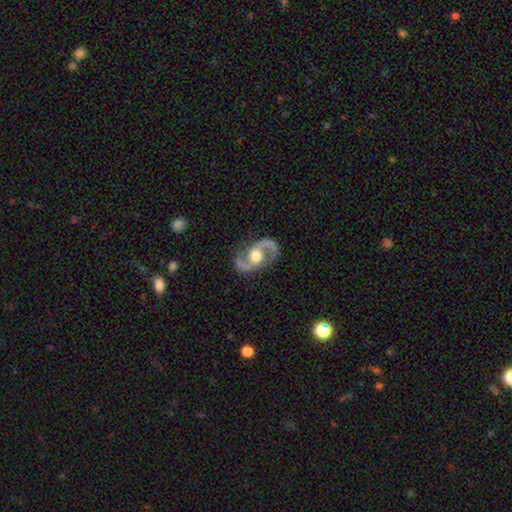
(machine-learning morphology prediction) Smooth or featured: featured or disk — 92% (smooth — 4%)
Edge-on disk: no — 97% (yes — 3%)
Bar: no — 56% (weak — 32%)
Spiral arms: yes — 97% (no — 3%)
Spiral winding: medium — 62% (loose — 24%)
Spiral arm count: 2 — 95% (can't tell — 1%)
Bulge size: moderate — 64% (large — 27%)
Merging: none — 85% (minor disturbance — 10%)